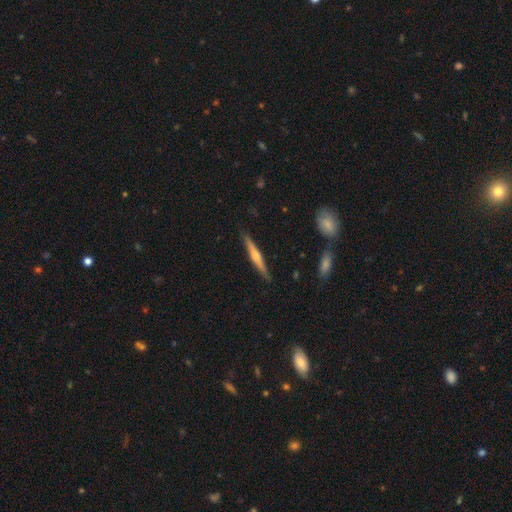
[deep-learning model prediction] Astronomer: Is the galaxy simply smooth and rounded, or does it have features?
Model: featured or disk — 62%.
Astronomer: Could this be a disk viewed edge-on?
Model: yes — 97%.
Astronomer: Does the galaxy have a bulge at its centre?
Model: rounded — 82%.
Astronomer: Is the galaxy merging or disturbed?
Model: none — 88%.